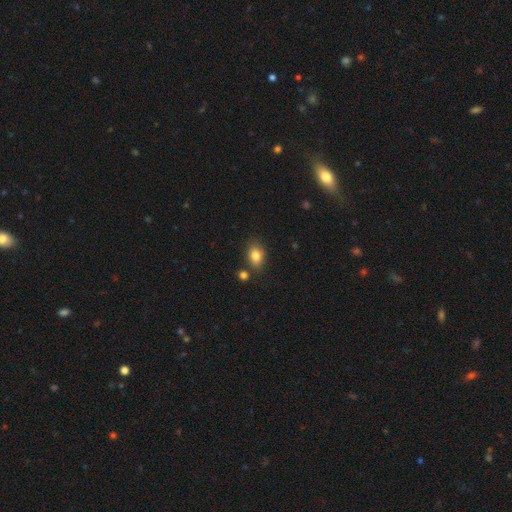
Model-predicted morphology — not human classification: This appears to be a smooth galaxy with no disk features (83%) that is in between round and cigar-shaped (74%). Merging: none (75%).